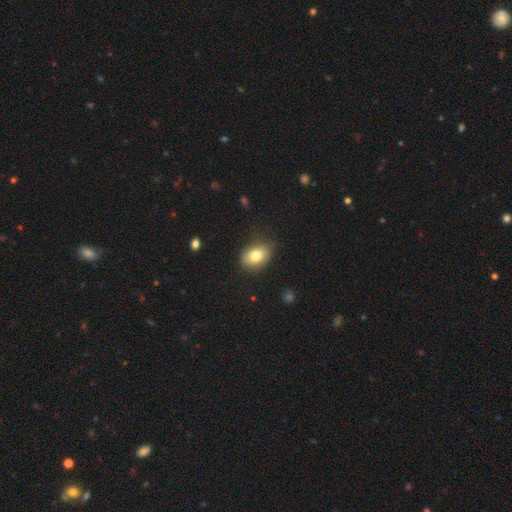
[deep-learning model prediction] Smooth or featured? Predicted: smooth (p=0.79). How rounded? Predicted: in between (p=0.80). Merging? Predicted: none (p=0.79).